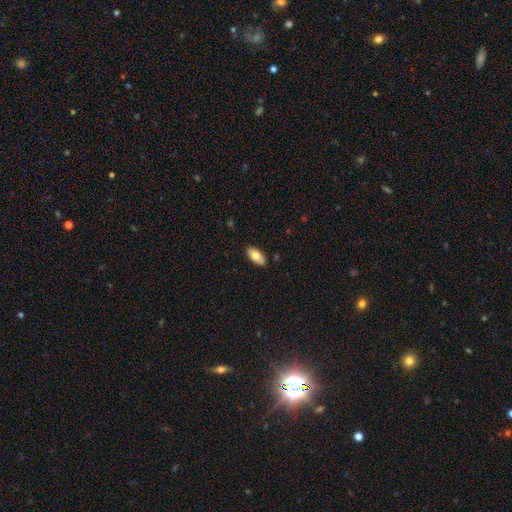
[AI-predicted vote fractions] smooth 75%, featured or disk 18%, star or artifact 7%. Down the decision tree: how rounded — in between (92%); merging — none (86%).